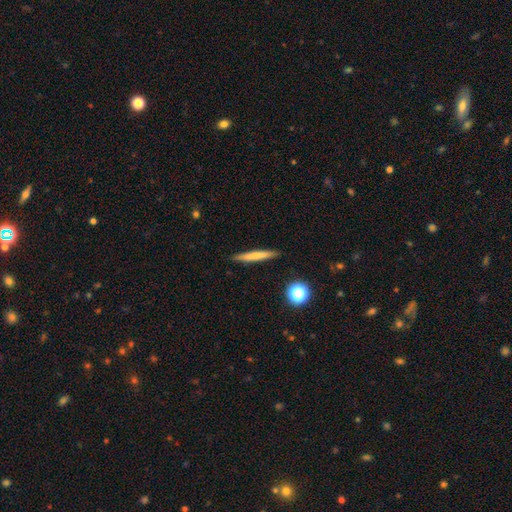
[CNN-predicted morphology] Smooth or featured? Predicted: smooth (p=0.64). How rounded? Predicted: cigar-shaped (p=0.94). Merging? Predicted: none (p=0.90).